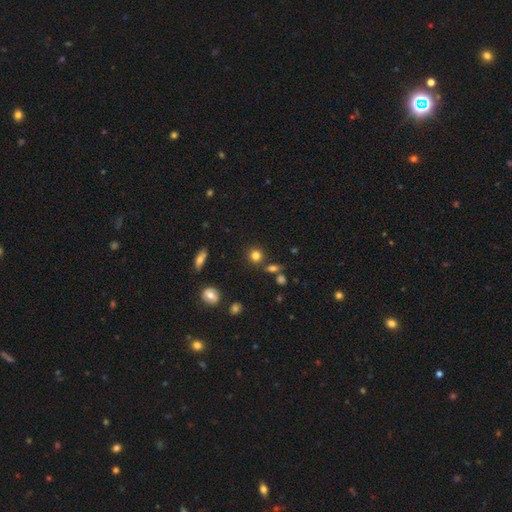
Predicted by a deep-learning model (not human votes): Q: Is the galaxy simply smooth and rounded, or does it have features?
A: smooth — 81%.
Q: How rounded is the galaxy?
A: round — 86%.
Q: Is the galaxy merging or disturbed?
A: none — 81%.